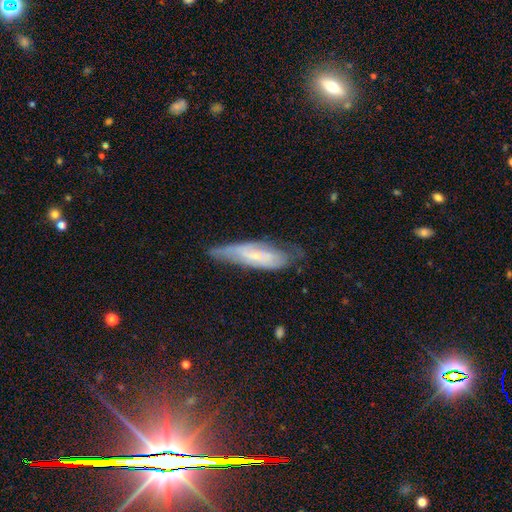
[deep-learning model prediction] smooth_or_featured: featured or disk (p=0.59) [alt: smooth p=0.34]
disk_edge_on: no (p=0.68) [alt: yes p=0.32]
merging: none (p=0.52) [alt: minor disturbance p=0.32]